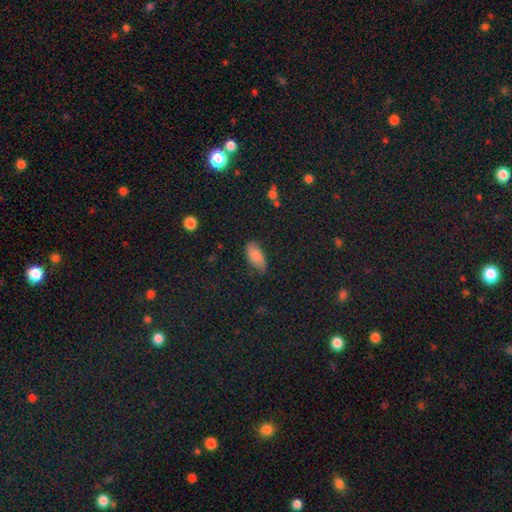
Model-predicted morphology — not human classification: Q: Smooth or featured?
A: smooth (76%); runner-up: featured or disk (15%)
Q: How rounded?
A: in between (91%); runner-up: cigar-shaped (6%)
Q: Merging?
A: none (69%); runner-up: minor disturbance (24%)